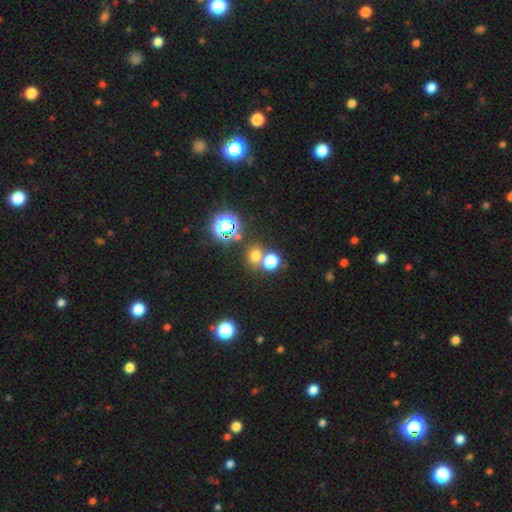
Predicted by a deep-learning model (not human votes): Smooth or featured? Predicted: smooth (p=0.64). How rounded? Predicted: round (p=0.76). Merging? Predicted: none (p=0.61).